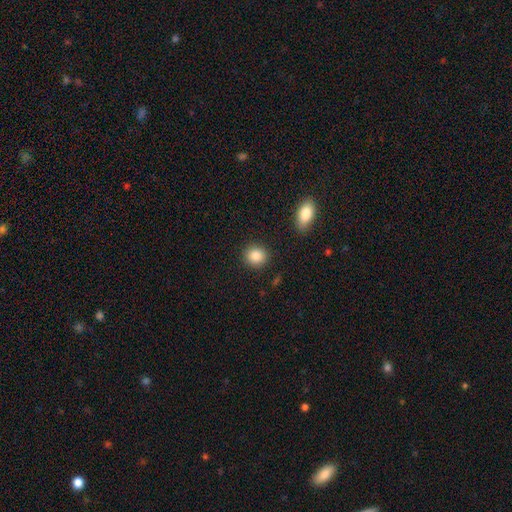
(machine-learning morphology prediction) This is clearly a smooth galaxy (87%). How rounded: likely round (76%). Merging: clearly none (89%).